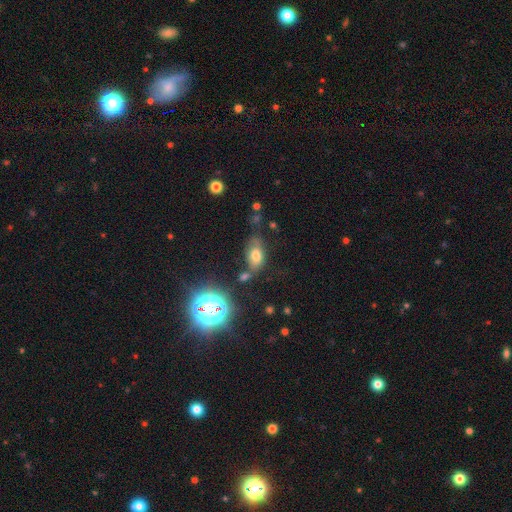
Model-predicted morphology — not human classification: Overall: smooth (64%). How rounded: in between (87%). Merging: none (51%; minor disturbance 25%).